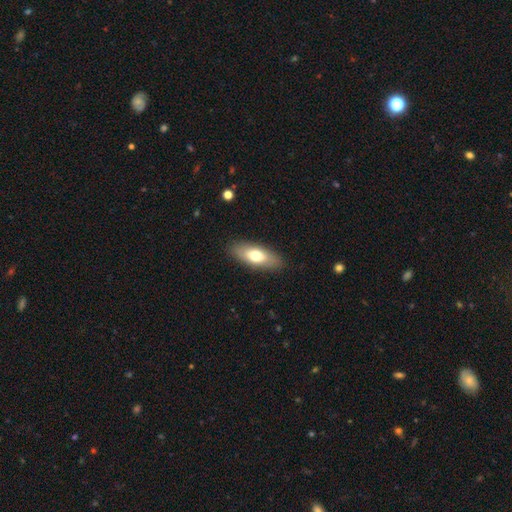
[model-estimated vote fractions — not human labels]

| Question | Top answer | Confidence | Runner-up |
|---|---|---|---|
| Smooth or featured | smooth | 68% | featured or disk (26%) |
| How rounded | in between | 76% | cigar-shaped (21%) |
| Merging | none | 87% | minor disturbance (10%) |